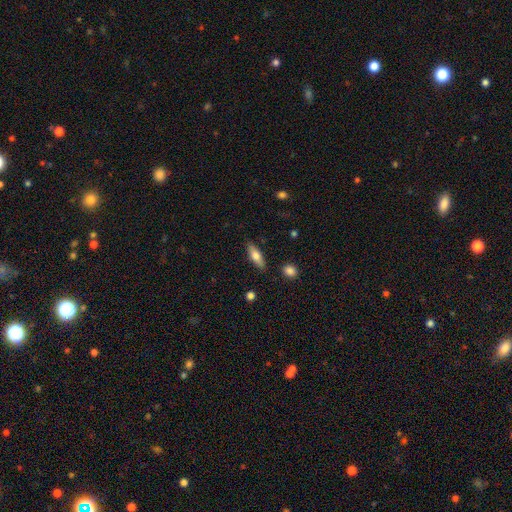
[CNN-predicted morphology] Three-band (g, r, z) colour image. It shows a smooth galaxy with no disk features (69%) that is in between round and cigar-shaped (57%). Merging: none (84%).